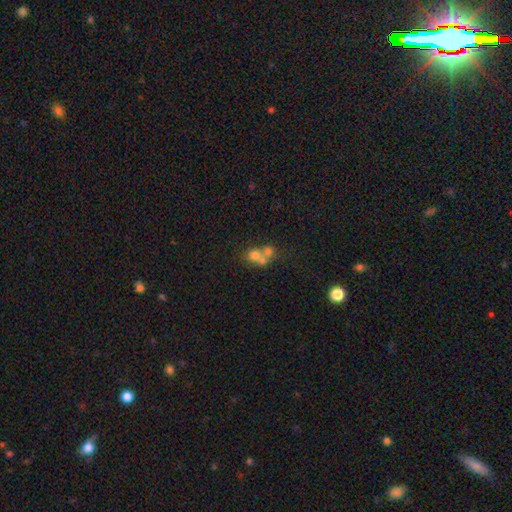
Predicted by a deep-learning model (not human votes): Smooth or featured: smooth — 64% (featured or disk — 22%)
How rounded: round — 79% (in between — 20%)
Merging: merger — 61% (none — 29%)